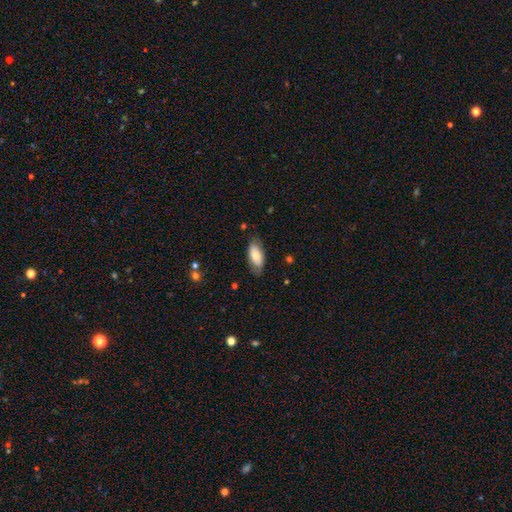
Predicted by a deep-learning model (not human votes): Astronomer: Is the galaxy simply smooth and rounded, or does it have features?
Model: smooth — 72%.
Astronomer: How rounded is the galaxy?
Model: in between — 89%.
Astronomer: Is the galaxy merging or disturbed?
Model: none — 75%.